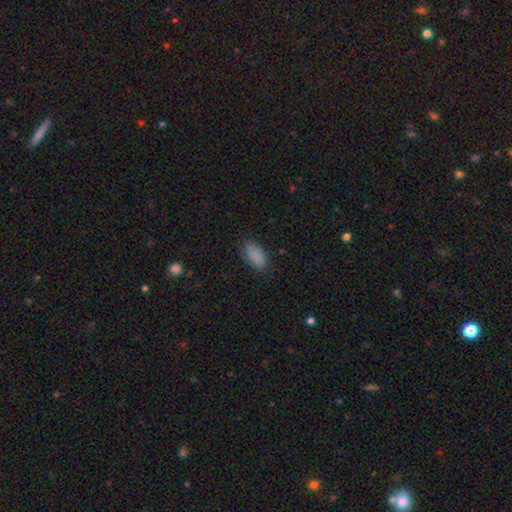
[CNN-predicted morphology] This appears to be a smooth galaxy with no disk features (88%) that is in between round and cigar-shaped (90%). Merging: none (84%).